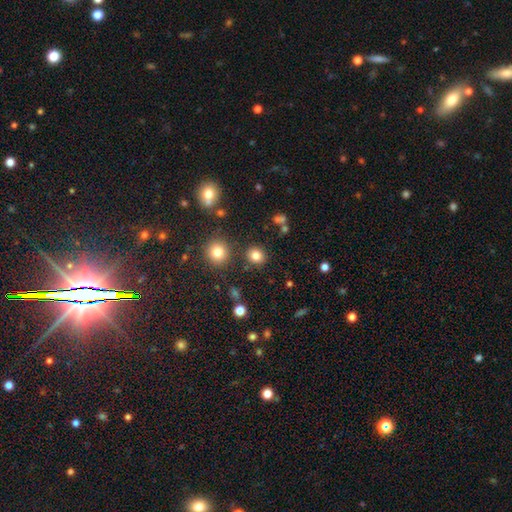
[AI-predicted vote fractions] Smooth or featured? smooth (80%)
How rounded? round (82%)
Merging? none (86%)